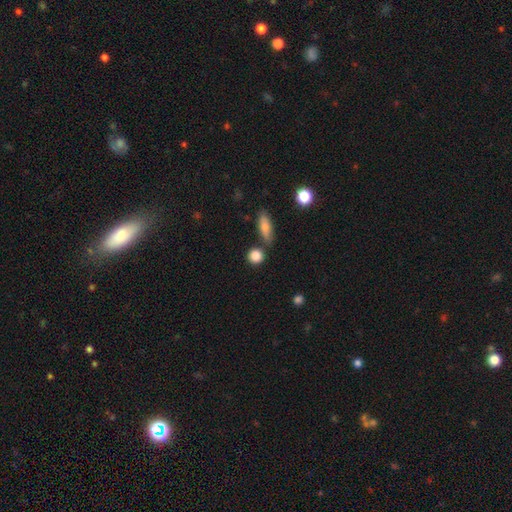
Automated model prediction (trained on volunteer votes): This appears to be a smooth galaxy with no disk features (85%) that is round (84%). Merging: none (76%).